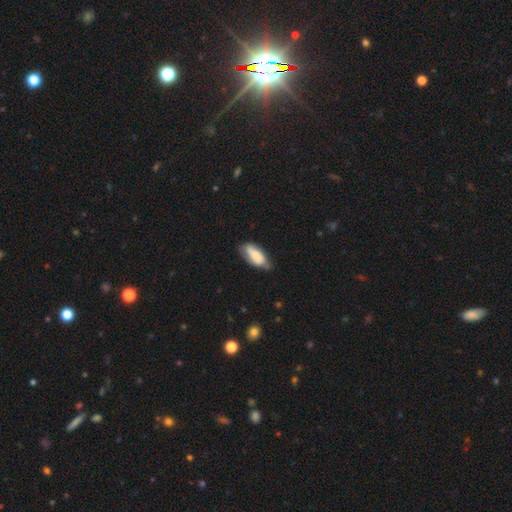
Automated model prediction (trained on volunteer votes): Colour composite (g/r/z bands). It shows a smooth galaxy with no disk features (71%) that is in between round and cigar-shaped (86%). Merging: none (57%).